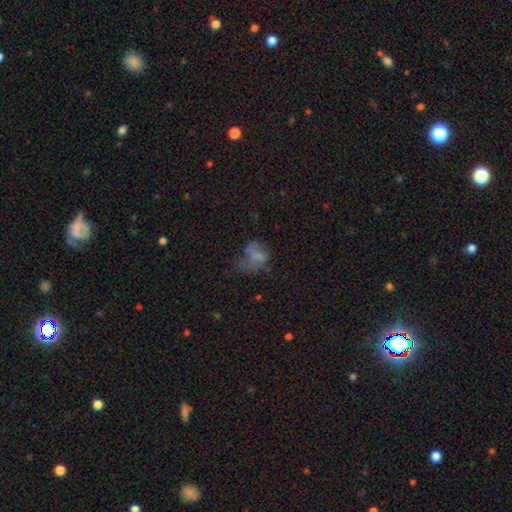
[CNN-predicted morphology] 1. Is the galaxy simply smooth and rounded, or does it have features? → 54% smooth, 30% featured or disk, 16% star or artifact.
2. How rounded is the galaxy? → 60% in between, 39% round, 1% cigar-shaped.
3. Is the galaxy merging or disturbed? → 41% major disturbance, 30% none, 24% minor disturbance, 5% merger.